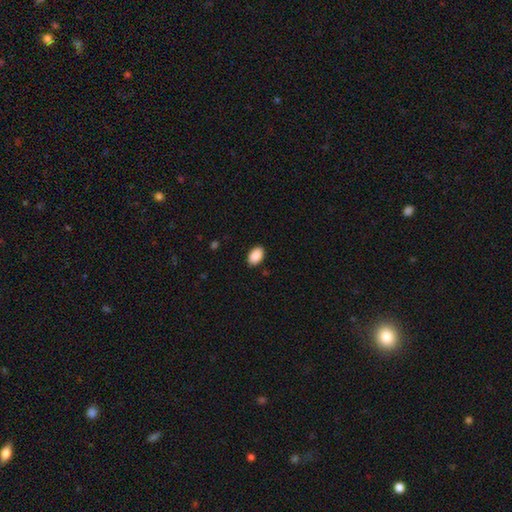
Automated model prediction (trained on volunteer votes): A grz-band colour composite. It shows a smooth galaxy with no disk features (90%) that is in between round and cigar-shaped (91%). Merging: none (89%).